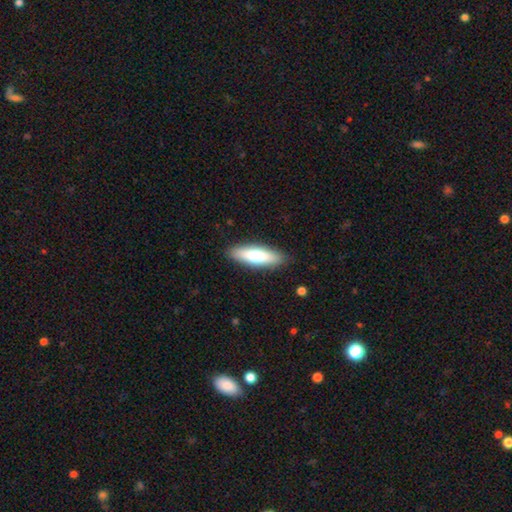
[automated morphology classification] smooth-or-featured: smooth: 70% | featured or disk: 25% | star or artifact: 6%
  how-rounded: cigar-shaped: 52% | in between: 46% | round: 2%
  merging: none: 88% | minor disturbance: 9% | major disturbance: 2% | merger: 1%